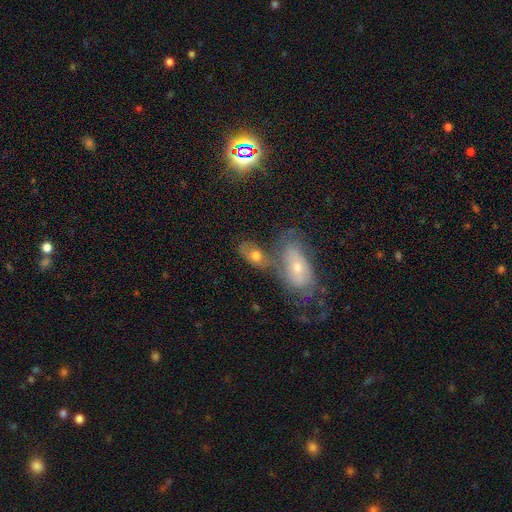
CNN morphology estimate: Smooth or featured? smooth (54%)
How rounded? in between (84%)
Merging? merger (47%)